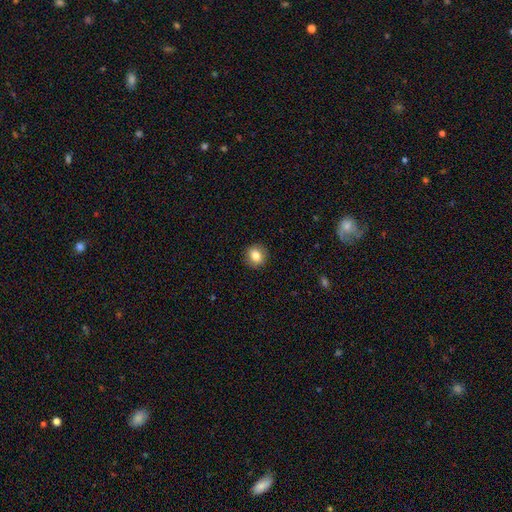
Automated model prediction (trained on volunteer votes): Smooth or featured: smooth — 82% (star or artifact — 9%)
How rounded: round — 82% (in between — 17%)
Merging: none — 90% (minor disturbance — 7%)